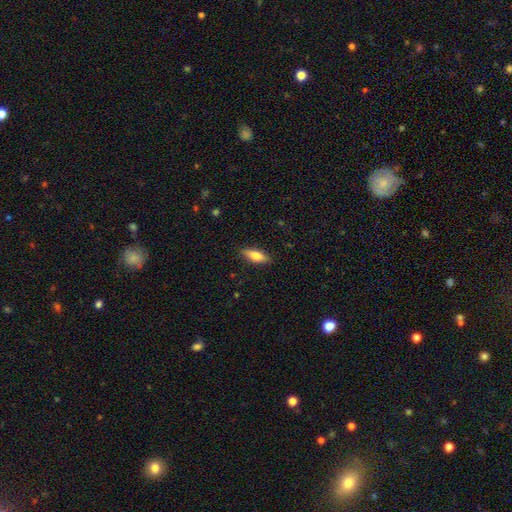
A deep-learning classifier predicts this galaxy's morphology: The model was most divided on "how rounded": in between: 62%, cigar-shaped: 36%, round: 2%. More confident: merging — none (85%); smooth or featured — smooth (76%).